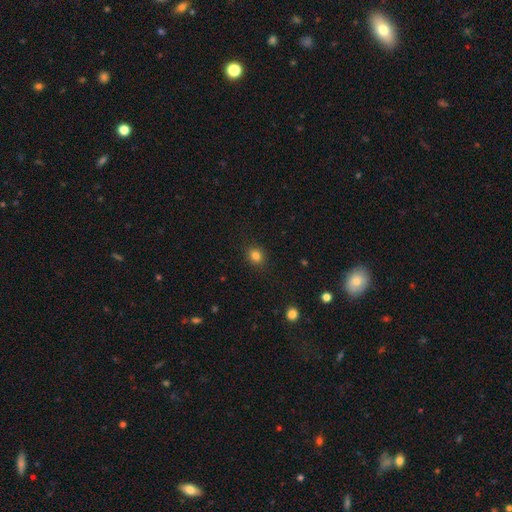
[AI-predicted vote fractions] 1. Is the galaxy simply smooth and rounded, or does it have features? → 82% smooth, 13% star or artifact, 5% featured or disk.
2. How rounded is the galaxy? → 70% round, 29% in between, 1% cigar-shaped.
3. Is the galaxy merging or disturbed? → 88% none, 8% minor disturbance, 2% major disturbance, 1% merger.